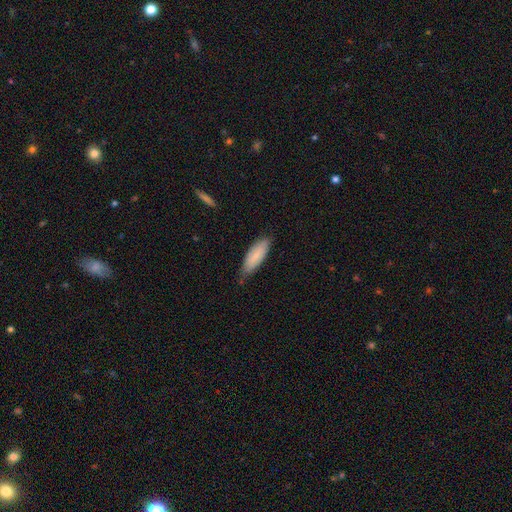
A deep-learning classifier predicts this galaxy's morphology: This is clearly a smooth galaxy (82%). How rounded: possibly in between (60%). Merging: likely none (72%).